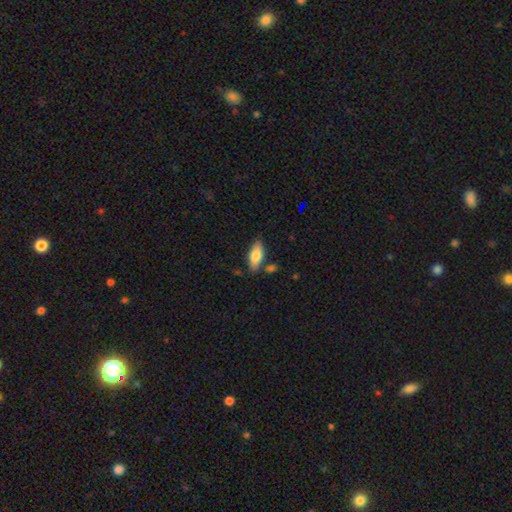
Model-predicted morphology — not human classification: Overall: smooth (75%). How rounded: in between (79%). Merging: none (77%).